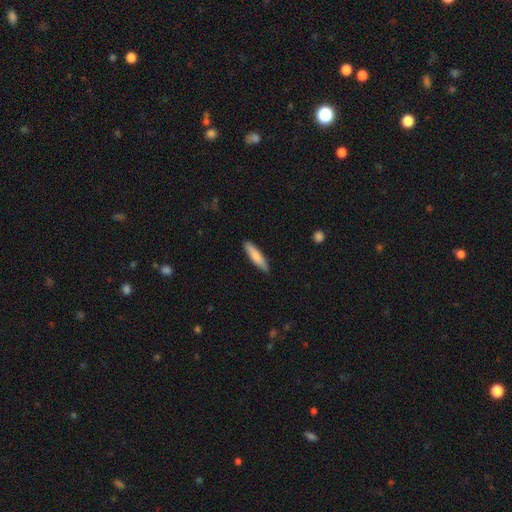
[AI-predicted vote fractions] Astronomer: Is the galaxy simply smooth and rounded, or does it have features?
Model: smooth — 79%.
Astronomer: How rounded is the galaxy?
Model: cigar-shaped — 79%.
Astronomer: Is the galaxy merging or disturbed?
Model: none — 88%.